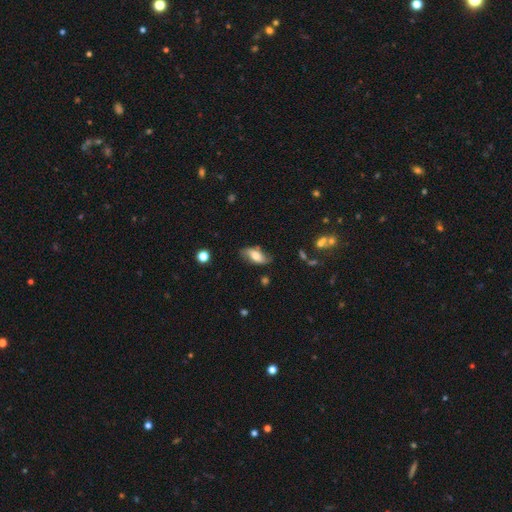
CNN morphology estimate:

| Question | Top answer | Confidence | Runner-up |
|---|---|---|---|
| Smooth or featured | smooth | 47% | featured or disk (45%) |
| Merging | none | 72% | minor disturbance (21%) |